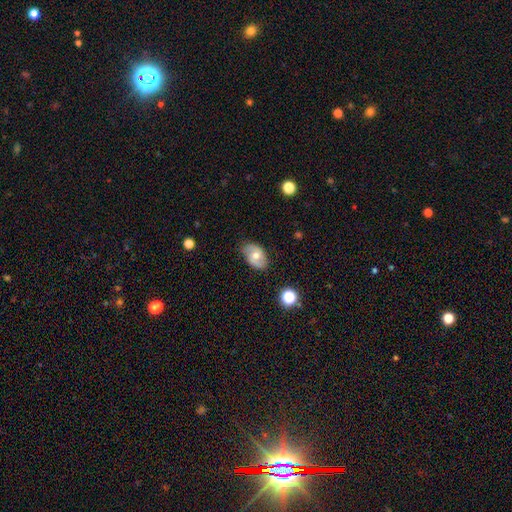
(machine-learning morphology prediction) Smooth or featured?
  - featured or disk: 47% *
  - smooth: 45%
  - star or artifact: 8%
Merging?
  - none: 75% *
  - minor disturbance: 19%
  - major disturbance: 4%
  - merger: 1%